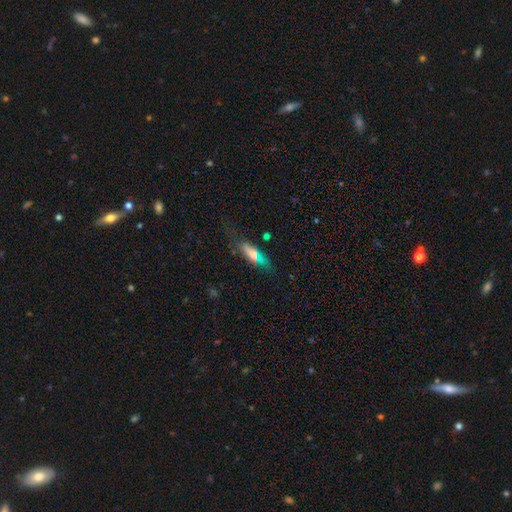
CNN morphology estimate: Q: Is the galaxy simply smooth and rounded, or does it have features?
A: smooth — 62%.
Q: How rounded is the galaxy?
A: cigar-shaped — 50%.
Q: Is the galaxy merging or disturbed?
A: none — 68%.